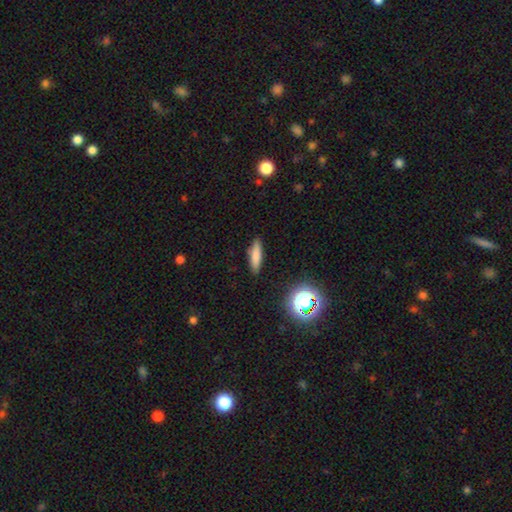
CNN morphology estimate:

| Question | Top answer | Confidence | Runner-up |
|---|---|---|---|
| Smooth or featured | smooth | 78% | featured or disk (12%) |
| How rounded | cigar-shaped | 68% | in between (30%) |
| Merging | none | 85% | minor disturbance (11%) |